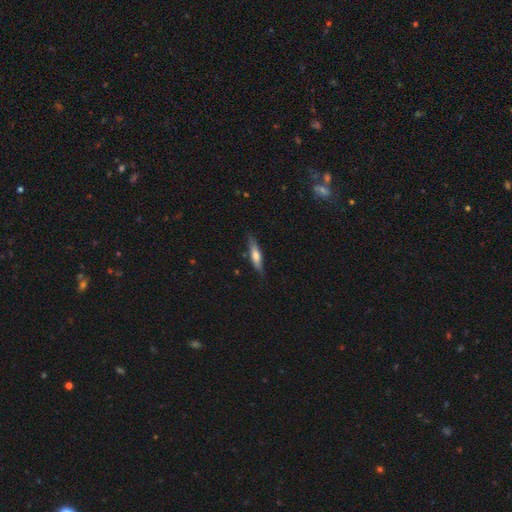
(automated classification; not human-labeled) smooth 58%, featured or disk 36%, star or artifact 6%. Down the decision tree: how rounded — cigar-shaped (75%); merging — none (80%).